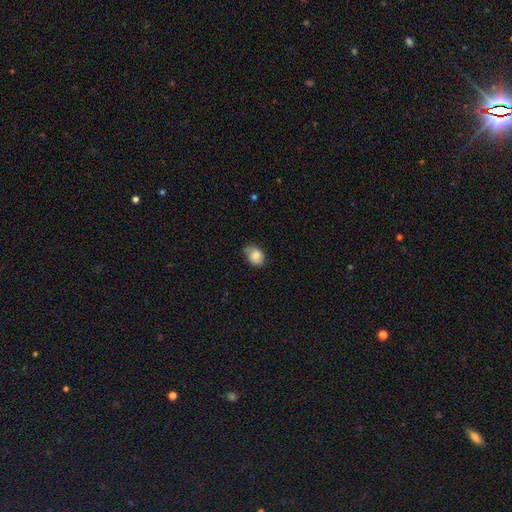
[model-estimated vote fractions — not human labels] Q: Smooth or featured?
A: smooth (80%); runner-up: featured or disk (11%)
Q: How rounded?
A: in between (59%); runner-up: round (40%)
Q: Merging?
A: none (56%); runner-up: minor disturbance (34%)